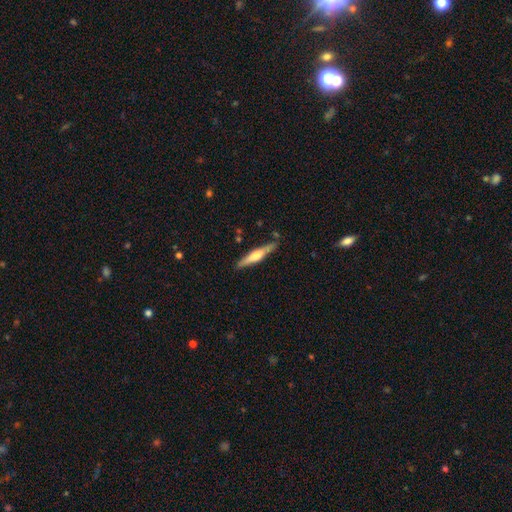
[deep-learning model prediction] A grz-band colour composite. It shows a featured or disk galaxy (59%) viewed edge-on (97%) with a rounded central bulge (81%). Merging: none (85%).